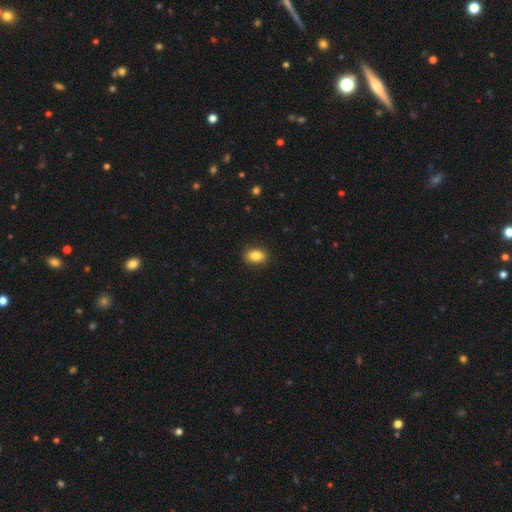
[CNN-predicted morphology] This is clearly a smooth galaxy (85%). How rounded: likely in between (79%). Merging: clearly none (88%).